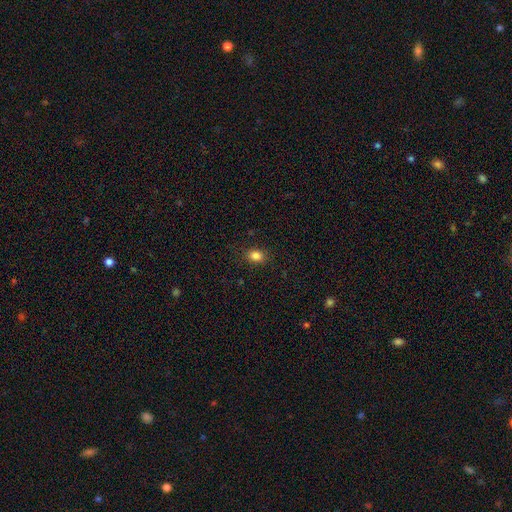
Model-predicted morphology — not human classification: This is clearly a smooth galaxy (85%). How rounded: likely in between (67%). Merging: clearly none (87%).